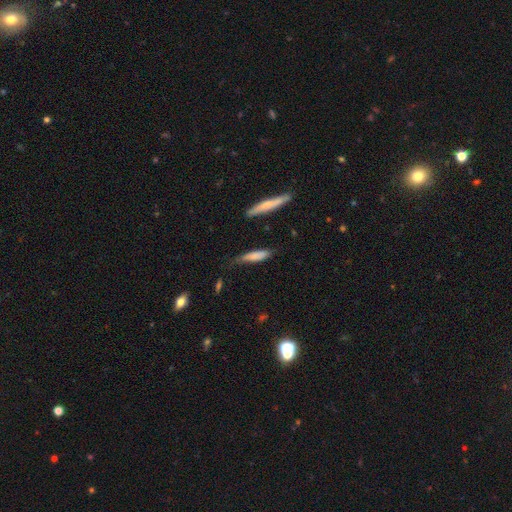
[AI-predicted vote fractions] smooth 78%, featured or disk 16%, star or artifact 6%. Down the decision tree: how rounded — cigar-shaped (76%); merging — none (64%).